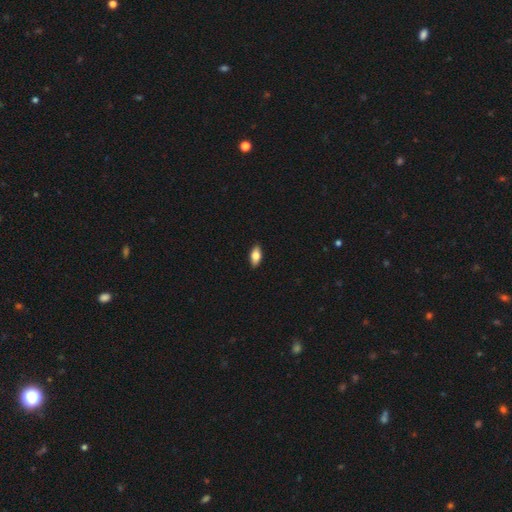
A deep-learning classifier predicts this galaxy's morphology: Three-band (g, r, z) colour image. It shows a smooth galaxy with no disk features (78%) that is in between round and cigar-shaped (89%). Merging: none (89%).